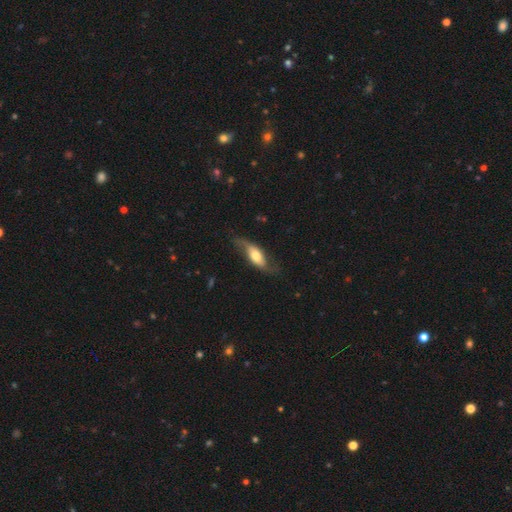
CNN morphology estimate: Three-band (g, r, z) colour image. It shows a featured or disk galaxy (56%). Merging: none (62%).